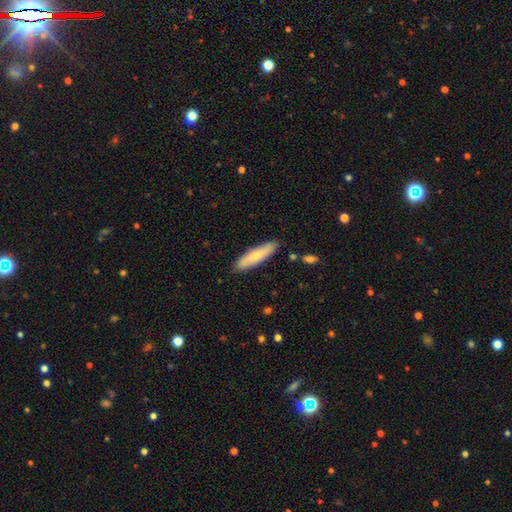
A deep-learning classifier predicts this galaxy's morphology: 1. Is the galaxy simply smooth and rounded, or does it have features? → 76% smooth, 19% featured or disk, 5% star or artifact.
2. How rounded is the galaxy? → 73% cigar-shaped, 26% in between, 1% round.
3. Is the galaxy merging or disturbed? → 87% none, 10% minor disturbance, 2% major disturbance, 2% merger.